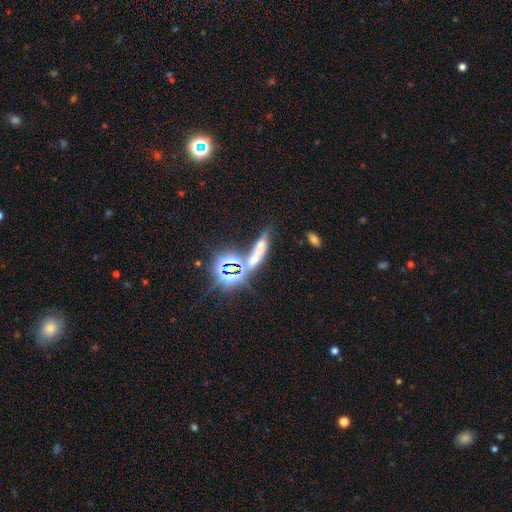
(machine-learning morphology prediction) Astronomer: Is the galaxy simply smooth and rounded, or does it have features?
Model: smooth — 41% (runner-up: star or artifact, 38%).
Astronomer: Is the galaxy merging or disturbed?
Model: none — 40% (runner-up: merger, 32%).